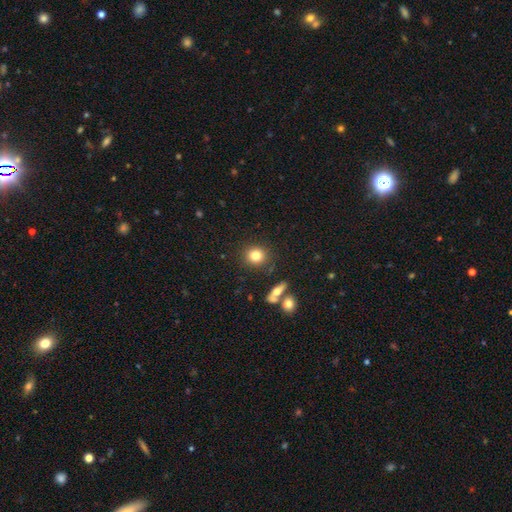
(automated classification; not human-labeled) Q: Smooth or featured?
A: smooth (81%); runner-up: star or artifact (10%)
Q: How rounded?
A: round (85%); runner-up: in between (14%)
Q: Merging?
A: none (83%); runner-up: minor disturbance (8%)